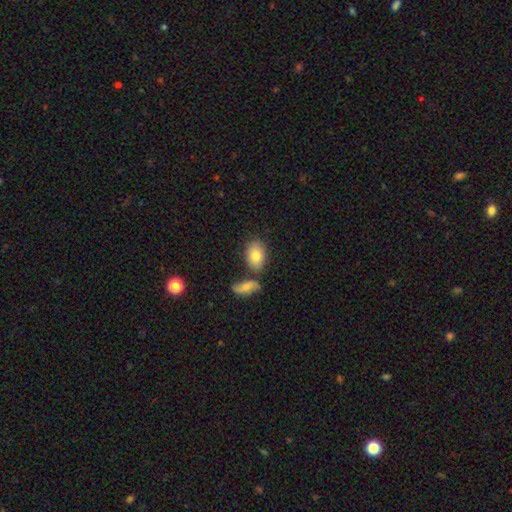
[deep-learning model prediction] Smooth or featured? smooth (79%)
How rounded? in between (87%)
Merging? none (64%)